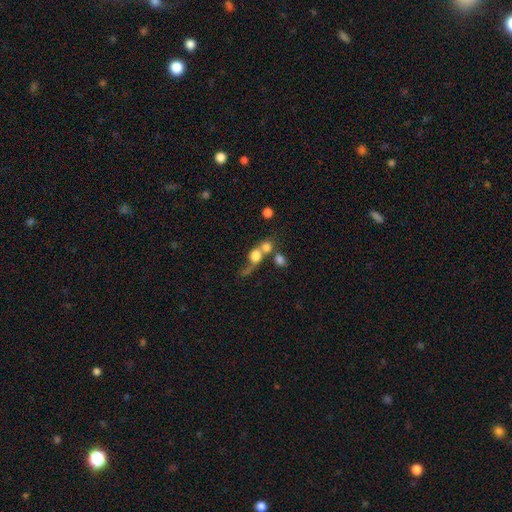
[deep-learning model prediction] The model was most divided on "merging": merger: 55%, none: 21%, major disturbance: 15%, minor disturbance: 9%. More confident: how rounded — round (73%); smooth or featured — smooth (67%).